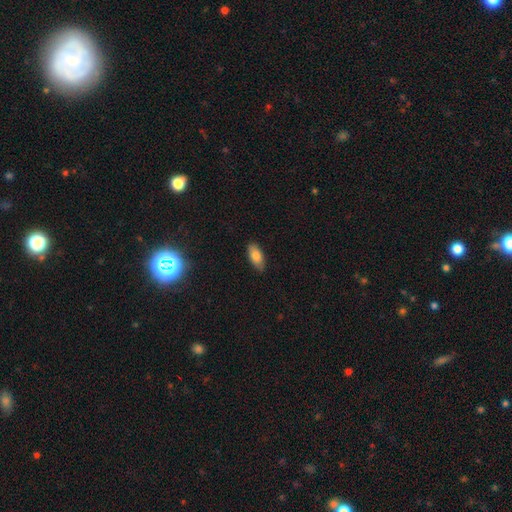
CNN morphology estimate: smooth_or_featured: smooth (p=0.80) [alt: featured or disk p=0.12]
how_rounded: in between (p=0.88) [alt: cigar-shaped p=0.09]
merging: none (p=0.85) [alt: minor disturbance p=0.12]